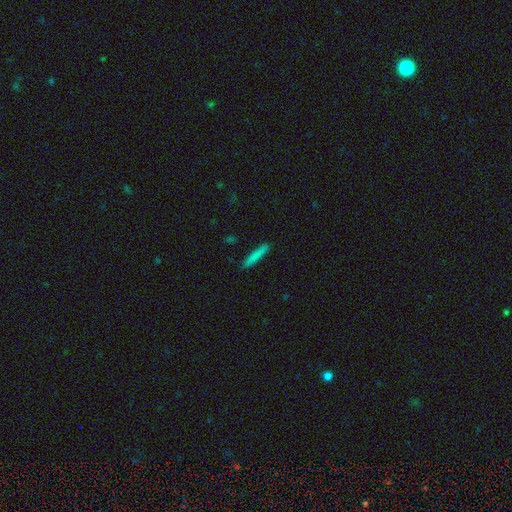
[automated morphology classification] A smooth galaxy with no disk features (80%) that is cigar-shaped (94%).

Vote fractions:
- Smooth or featured? smooth: 80% / featured or disk: 13% / star or artifact: 7%
- How rounded? cigar-shaped: 94% / in between: 5% / round: 1%
- Merging? none: 90% / minor disturbance: 8% / major disturbance: 2% / merger: 1%